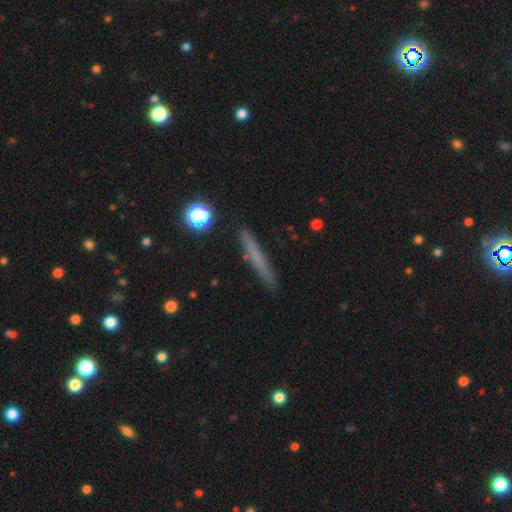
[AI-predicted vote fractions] The model was most divided on "smooth or featured": smooth: 61%, featured or disk: 31%, star or artifact: 9%. More confident: how rounded — cigar-shaped (95%); merging — none (90%).